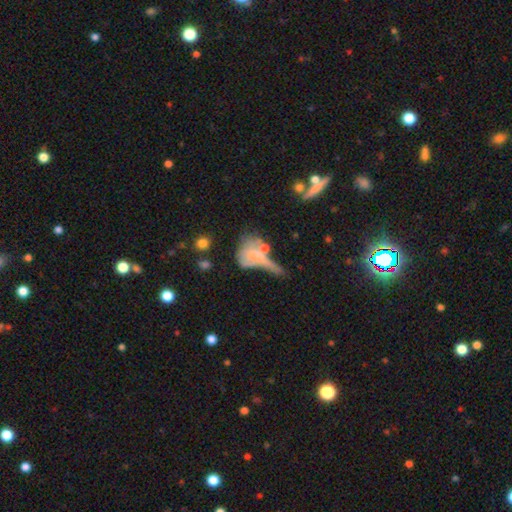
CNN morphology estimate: Overall: smooth (50%; featured or disk 37%). Merging: major disturbance (34%; merger 26%).